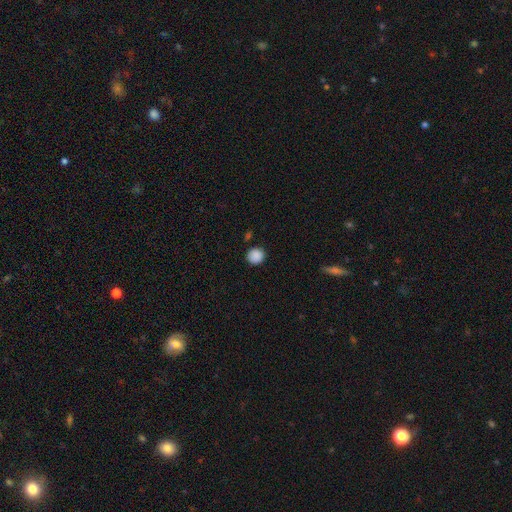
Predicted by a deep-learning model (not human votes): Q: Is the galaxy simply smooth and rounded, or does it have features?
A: smooth — 88%.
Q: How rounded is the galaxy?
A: round — 89%.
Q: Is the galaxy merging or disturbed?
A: none — 87%.